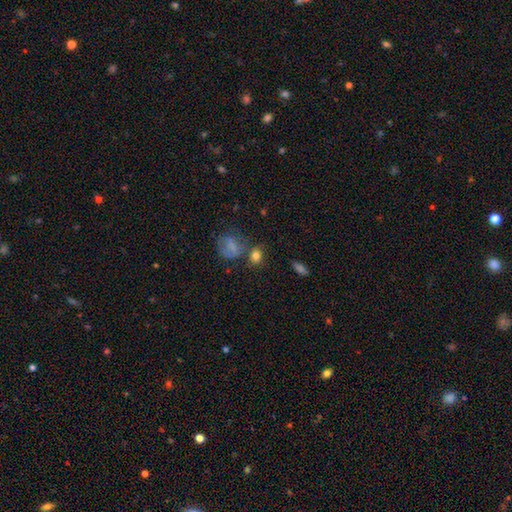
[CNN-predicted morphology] This is likely a smooth galaxy (78%). How rounded: likely round (66%). Merging: likely none (64%).